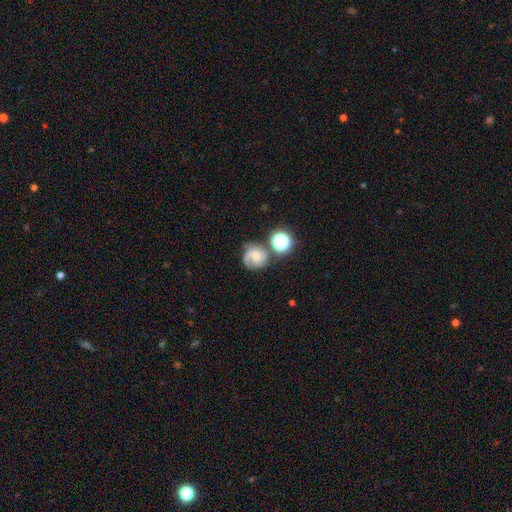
Overall: featured or disk (59%; smooth 33%). Edge-on disk: no (100%). Bar: no (74%). Spiral arms: yes (87%). Spiral arm count: 1 (40%, tied with 2). Spiral winding: medium (50%; tight 25%). Bulge size: moderate (39%; small 35%). Merging: none (39%; minor disturbance 33%).